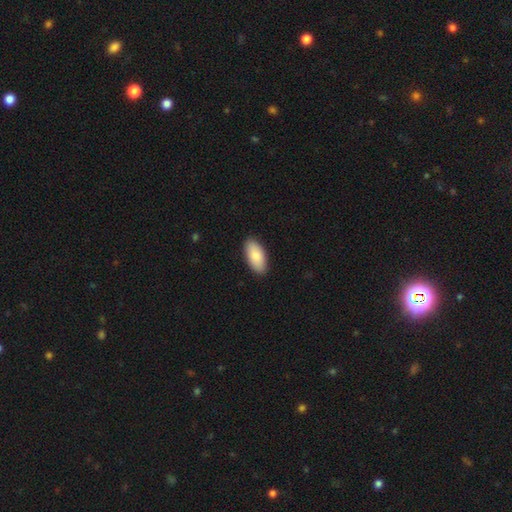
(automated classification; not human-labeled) Smooth or featured? Predicted: smooth (p=0.84). How rounded? Predicted: in between (p=0.94). Merging? Predicted: none (p=0.90).